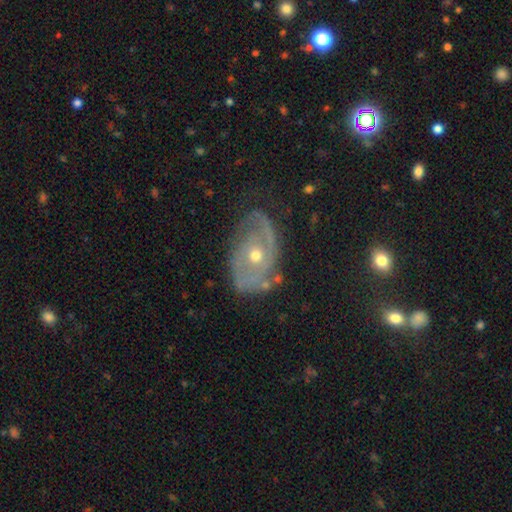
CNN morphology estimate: This is likely a featured or disk galaxy (79%). It is clearly not viewed edge-on (95%). Bar: likely no (78%). Spiral arm pattern: likely yes (80%). Spiral arm count: possibly 2 (50%). Spiral winding: possibly tight (51%). Central bulge: likely moderate (61%). Merging: likely none (62%).